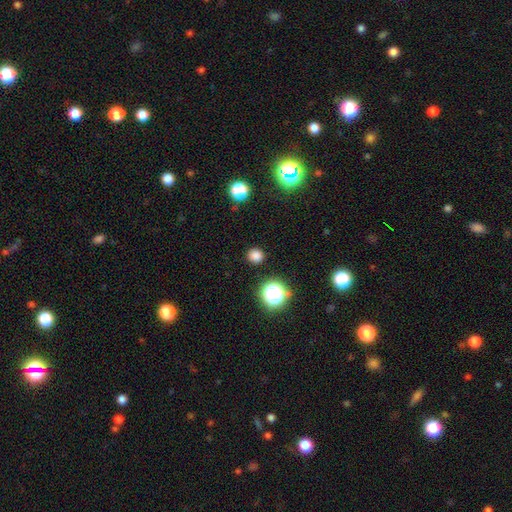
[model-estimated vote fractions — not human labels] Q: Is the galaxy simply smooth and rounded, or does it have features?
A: smooth — 79%.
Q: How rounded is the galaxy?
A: round — 89%.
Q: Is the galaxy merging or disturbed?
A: none — 90%.